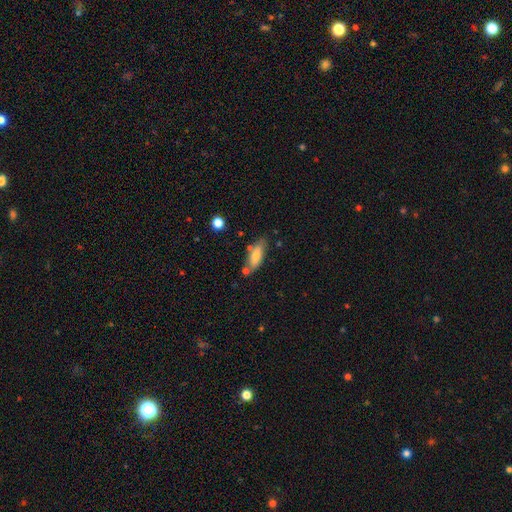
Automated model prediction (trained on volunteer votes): Overall: smooth (77%). How rounded: in between (64%; cigar-shaped 34%). Merging: none (66%).